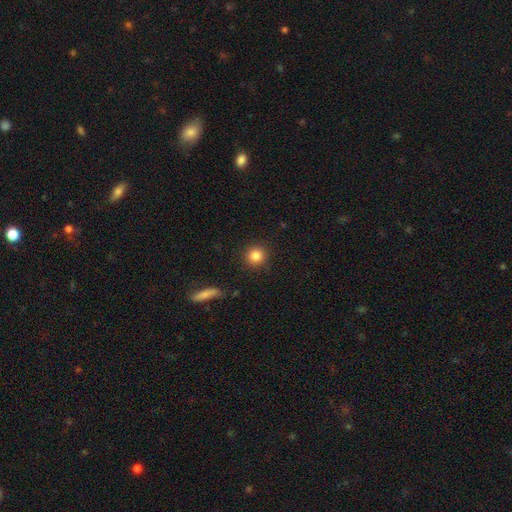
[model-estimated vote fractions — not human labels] A smooth galaxy with no disk features (84%) that is round (93%). Merging: none (90%).